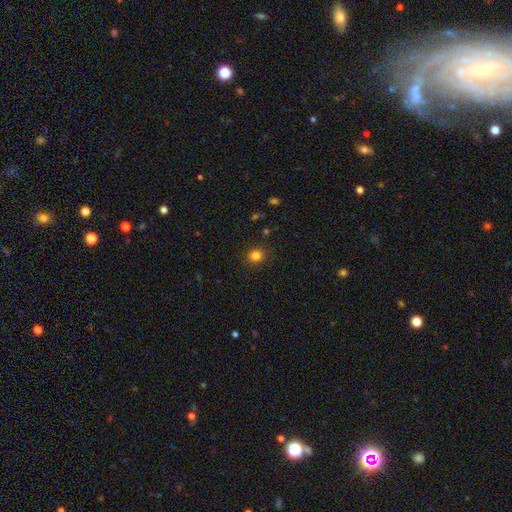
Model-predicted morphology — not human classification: smooth_or_featured: smooth (p=0.82) [alt: star or artifact p=0.13]
how_rounded: round (p=0.85) [alt: in between p=0.14]
merging: none (p=0.89) [alt: minor disturbance p=0.08]